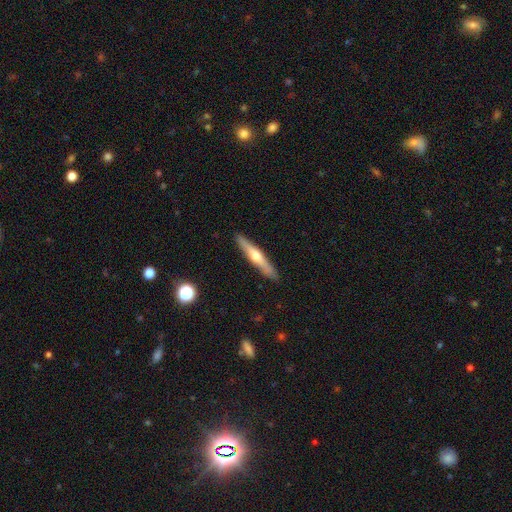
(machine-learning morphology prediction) The model was most divided on "smooth or featured": featured or disk: 57%, smooth: 37%, star or artifact: 6%. More confident: edge-on disk — yes (95%); merging — none (90%); edge-on bulge — rounded (87%).